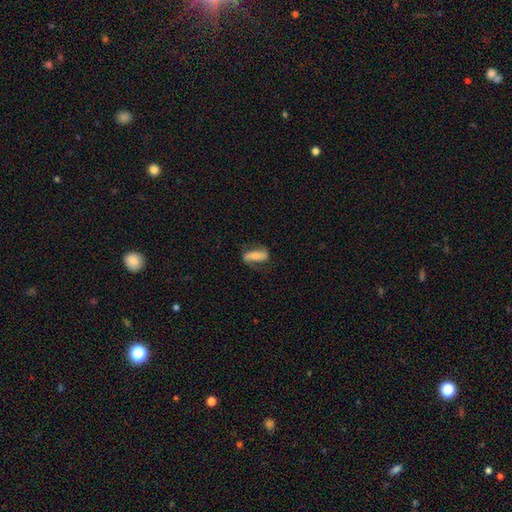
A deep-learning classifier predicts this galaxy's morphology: This is possibly a smooth galaxy (47%). Merging: likely none (63%).